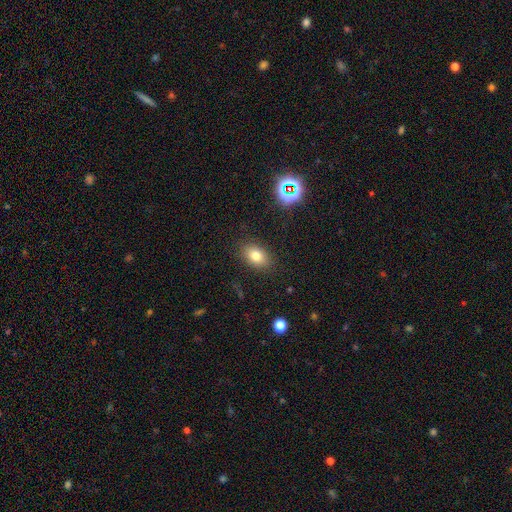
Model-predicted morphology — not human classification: This is likely a smooth galaxy (77%). How rounded: clearly in between (82%). Merging: clearly none (86%).